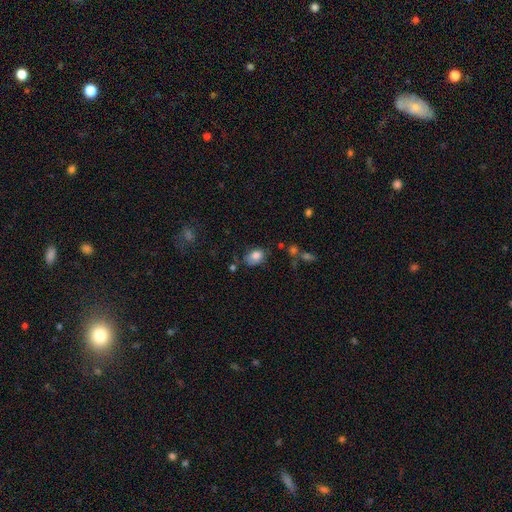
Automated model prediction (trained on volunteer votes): Smooth or featured: smooth — 82% (featured or disk — 10%)
How rounded: in between — 78% (round — 21%)
Merging: none — 61% (minor disturbance — 26%)